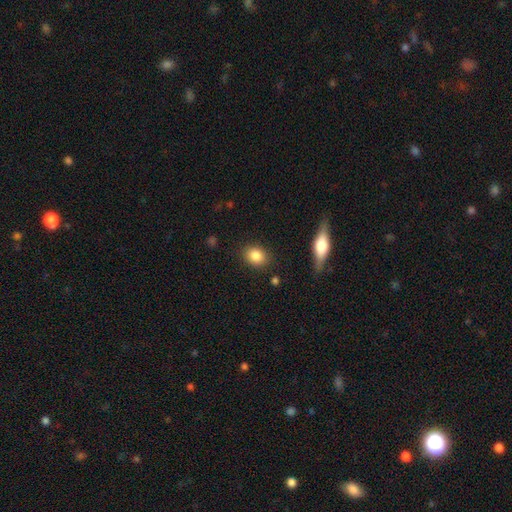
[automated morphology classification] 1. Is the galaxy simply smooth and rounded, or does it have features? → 85% smooth, 9% star or artifact, 6% featured or disk.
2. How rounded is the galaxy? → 52% in between, 47% round, 2% cigar-shaped.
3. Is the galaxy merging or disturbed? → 86% none, 10% minor disturbance, 3% major disturbance, 2% merger.